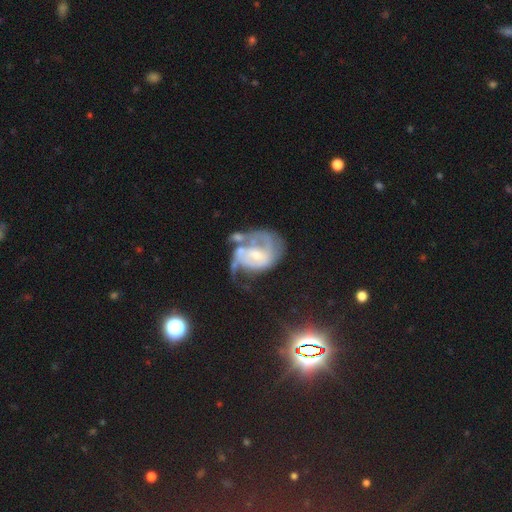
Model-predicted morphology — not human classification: Smooth or featured: featured or disk — 80% (smooth — 13%)
Edge-on disk: no — 98% (yes — 2%)
Bar: no — 50% (weak — 40%)
Spiral arms: yes — 86% (no — 14%)
Spiral winding: medium — 42% (tight — 33%)
Spiral arm count: 2 — 46% (1 — 22%)
Bulge size: small — 49% (moderate — 43%)
Merging: major disturbance — 34% (none — 27%)